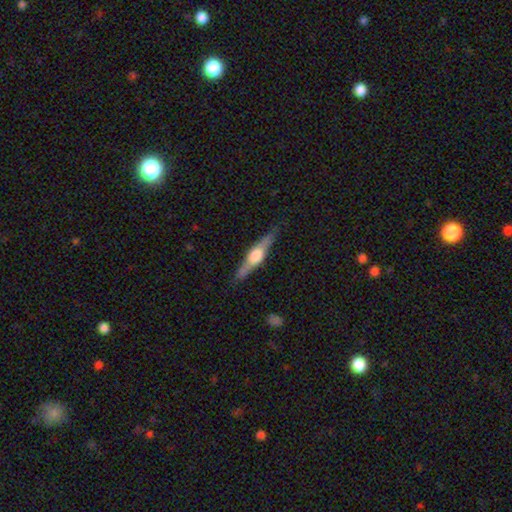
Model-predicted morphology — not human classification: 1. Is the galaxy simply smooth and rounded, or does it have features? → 70% featured or disk, 25% smooth, 5% star or artifact.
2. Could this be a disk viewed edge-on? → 96% yes, 4% no.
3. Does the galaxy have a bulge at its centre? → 87% rounded, 10% boxy, 3% none.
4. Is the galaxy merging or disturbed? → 85% none, 12% minor disturbance, 2% major disturbance, 1% merger.